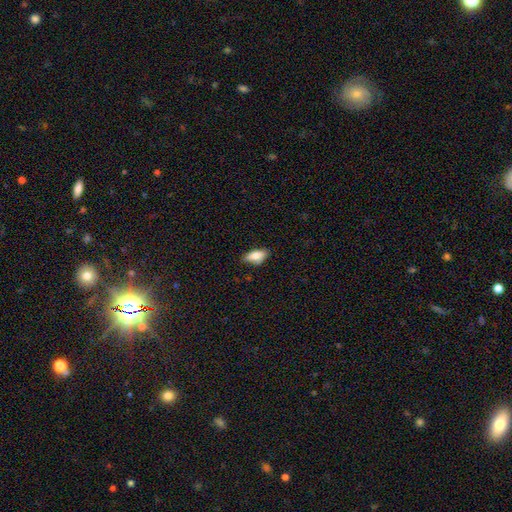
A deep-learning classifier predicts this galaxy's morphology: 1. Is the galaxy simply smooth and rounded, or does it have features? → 79% smooth, 13% featured or disk, 7% star or artifact.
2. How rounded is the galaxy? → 84% in between, 12% cigar-shaped, 3% round.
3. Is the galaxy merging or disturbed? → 76% none, 20% minor disturbance, 3% major disturbance, 1% merger.